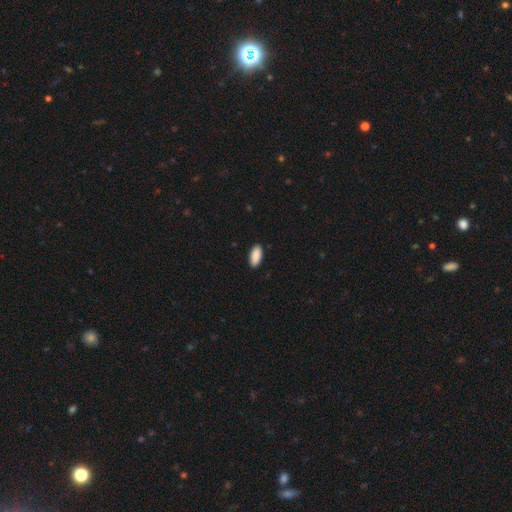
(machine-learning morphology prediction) A smooth galaxy with no disk features (91%) that is in between round and cigar-shaped (92%). Merging: none (89%).